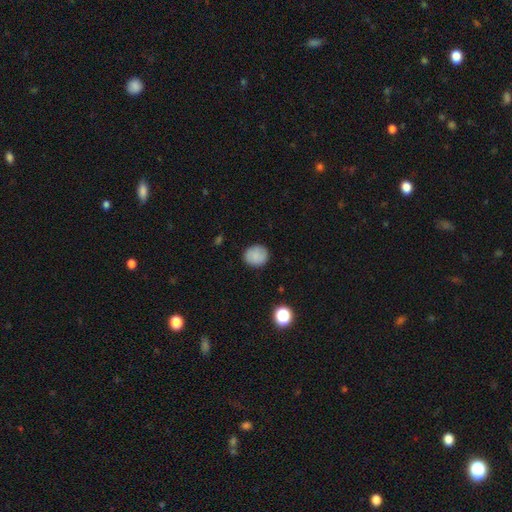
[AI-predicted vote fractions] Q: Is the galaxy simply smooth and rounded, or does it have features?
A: smooth — 84%.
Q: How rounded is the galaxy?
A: round — 86%.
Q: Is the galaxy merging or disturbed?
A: none — 88%.